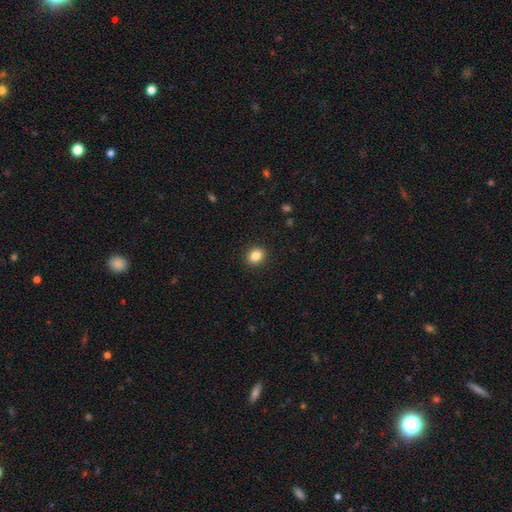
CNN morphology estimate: Q: Smooth or featured?
A: smooth (85%); runner-up: star or artifact (10%)
Q: How rounded?
A: round (50%); runner-up: in between (49%)
Q: Merging?
A: none (90%); runner-up: minor disturbance (7%)